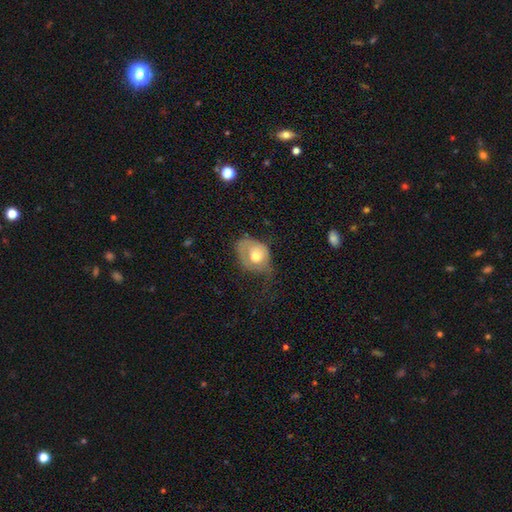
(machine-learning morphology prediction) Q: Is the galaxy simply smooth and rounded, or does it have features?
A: smooth — 53%.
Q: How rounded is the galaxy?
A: in between — 56%.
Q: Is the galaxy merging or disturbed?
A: major disturbance — 38%.